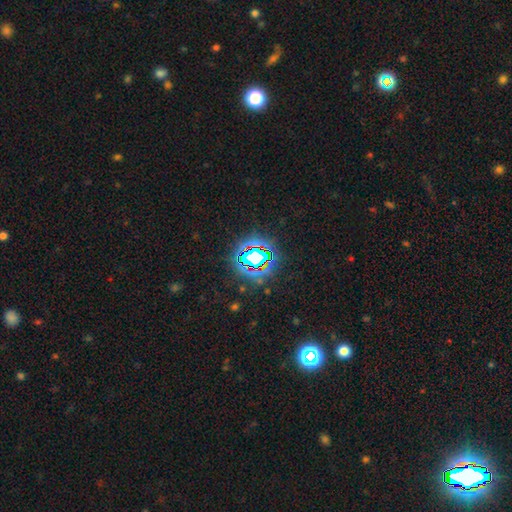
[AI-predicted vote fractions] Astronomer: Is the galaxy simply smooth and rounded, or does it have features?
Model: star or artifact — 76%.